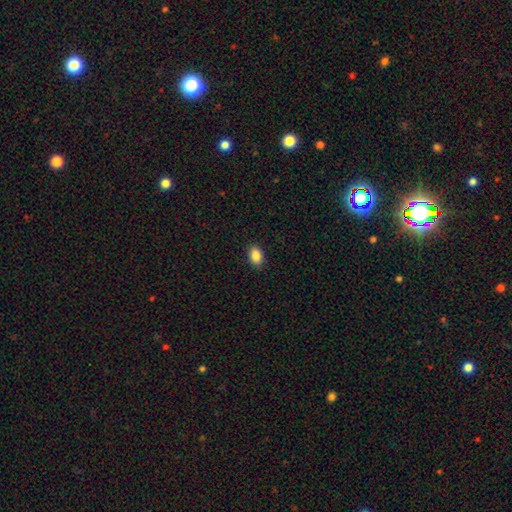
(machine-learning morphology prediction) Smooth or featured?
  - smooth: 87% *
  - star or artifact: 8%
  - featured or disk: 4%
How rounded?
  - in between: 84% *
  - round: 14%
  - cigar-shaped: 1%
Merging?
  - none: 89% *
  - minor disturbance: 8%
  - major disturbance: 2%
  - merger: 1%